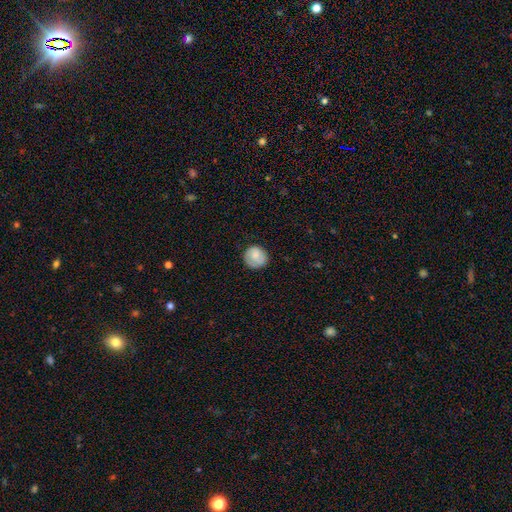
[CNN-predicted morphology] smooth 77%, featured or disk 16%, star or artifact 7%. Down the decision tree: how rounded — round (90%); merging — none (79%).